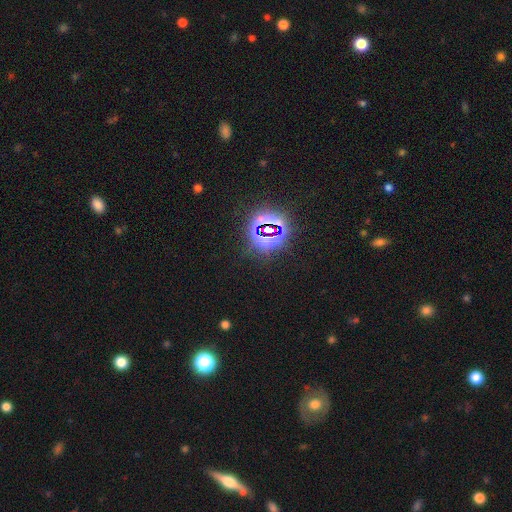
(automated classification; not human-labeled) The model was most divided on "smooth or featured": star or artifact: 81%, smooth: 11%, featured or disk: 8%.